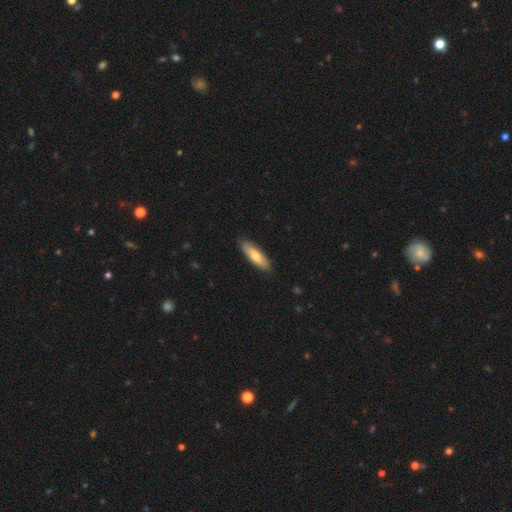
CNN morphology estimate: Smooth or featured? Predicted: smooth (p=0.65). How rounded? Predicted: cigar-shaped (p=0.50). Merging? Predicted: none (p=0.85).